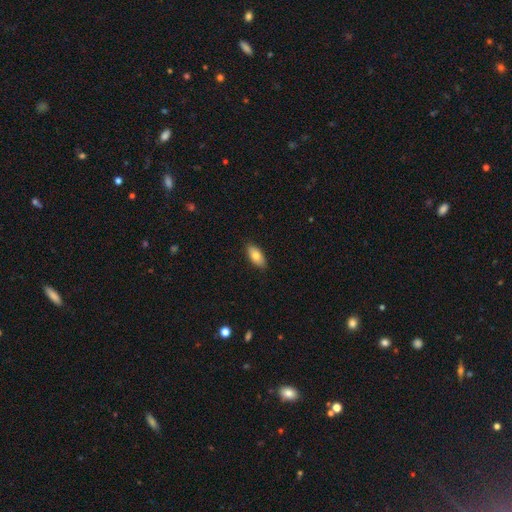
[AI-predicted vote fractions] Smooth or featured?
  - smooth: 78% *
  - featured or disk: 15%
  - star or artifact: 7%
How rounded?
  - in between: 90% *
  - cigar-shaped: 7%
  - round: 3%
Merging?
  - none: 87% *
  - minor disturbance: 10%
  - major disturbance: 2%
  - merger: 1%